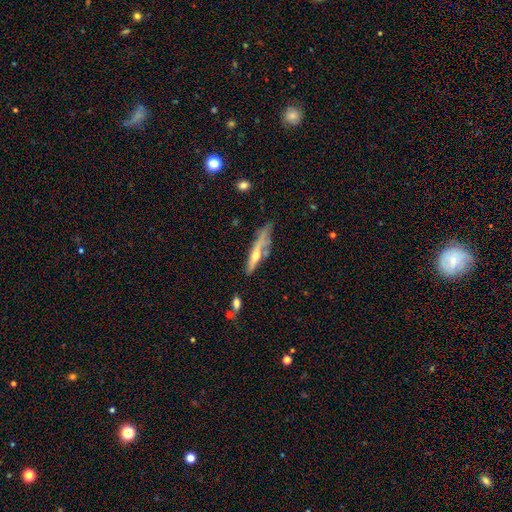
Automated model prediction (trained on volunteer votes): Smooth or featured? featured or disk (49%)
Merging? none (47%)